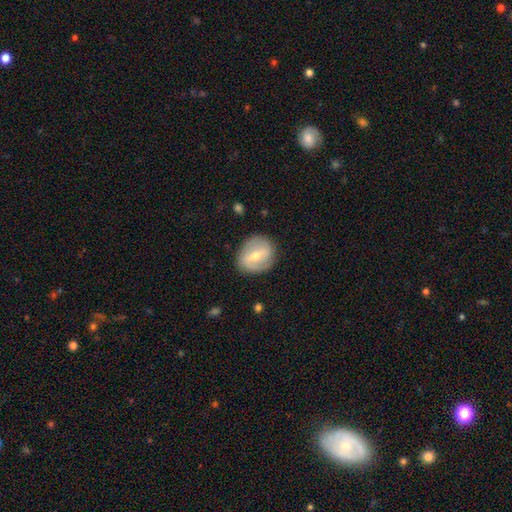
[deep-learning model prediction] Smooth or featured: featured or disk — 63% (smooth — 30%)
Edge-on disk: no — 96% (yes — 4%)
Bar: weak — 47% (strong — 29%)
Spiral arms: yes — 73% (no — 27%)
Bulge size: moderate — 64% (small — 32%)
Merging: none — 83% (minor disturbance — 13%)